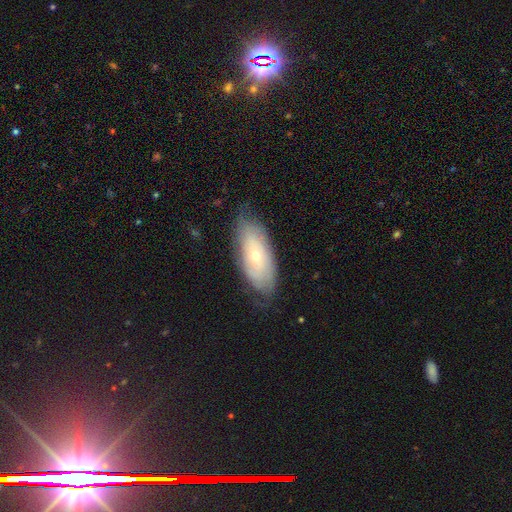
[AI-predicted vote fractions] Smooth or featured?
  - featured or disk: 49% *
  - smooth: 44%
  - star or artifact: 7%
Merging?
  - none: 73% *
  - minor disturbance: 20%
  - major disturbance: 5%
  - merger: 1%